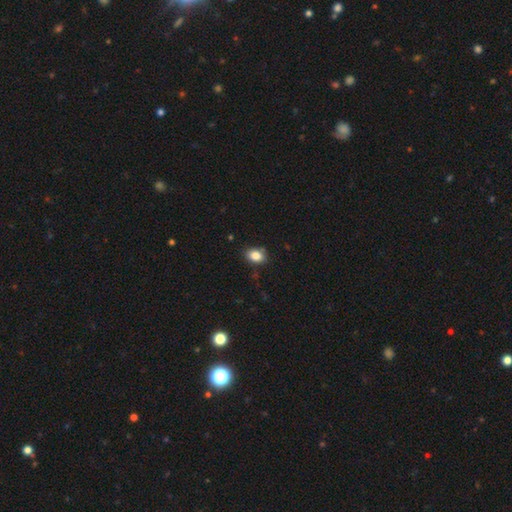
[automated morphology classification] Smooth or featured: smooth — 84% (star or artifact — 9%)
How rounded: in between — 71% (round — 28%)
Merging: none — 82% (minor disturbance — 14%)